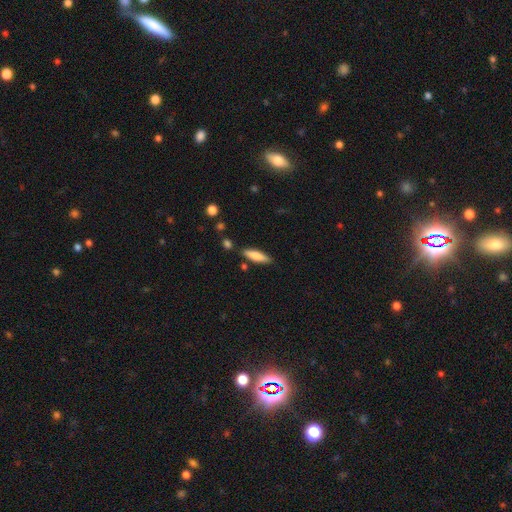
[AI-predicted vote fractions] Overall: smooth (78%). How rounded: cigar-shaped (60%; in between 38%). Merging: none (82%).